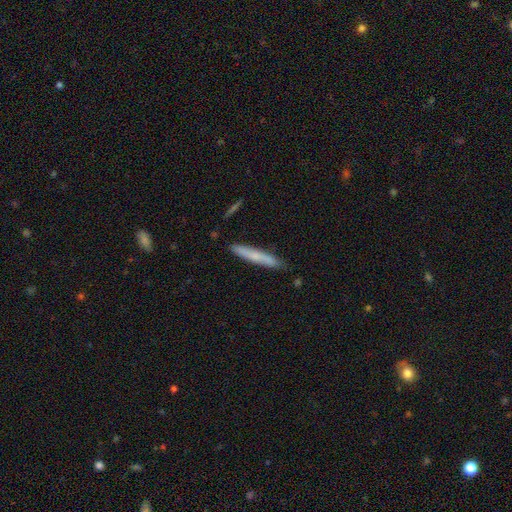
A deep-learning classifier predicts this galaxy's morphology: type=smooth (62%); roundness=cigar-shaped (95%); merging=none (84%).